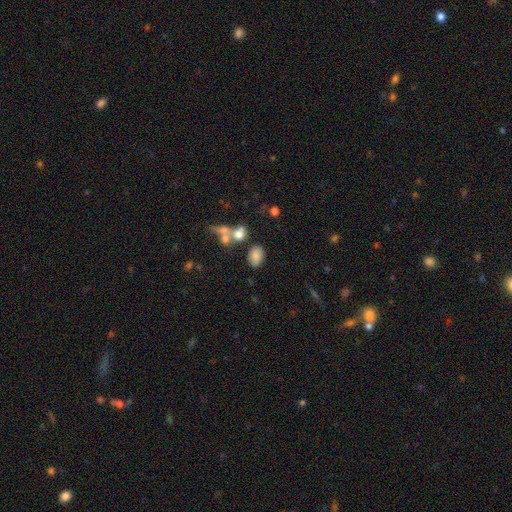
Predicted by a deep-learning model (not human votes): Overall: smooth (80%). How rounded: in between (86%). Merging: none (64%).